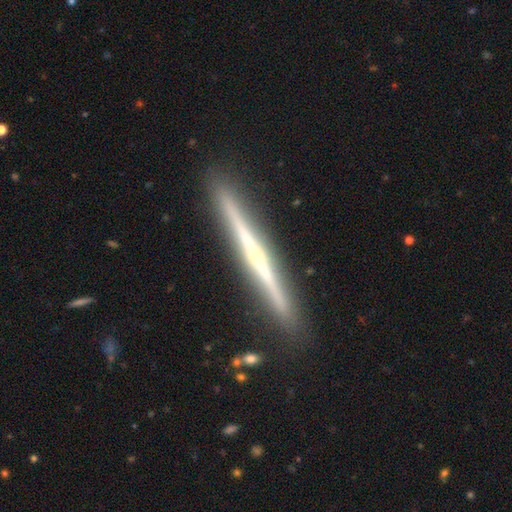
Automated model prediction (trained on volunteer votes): Smooth or featured? featured or disk (78%)
Edge-on disk? yes (98%)
Edge-on bulge? none (48%)
Merging? none (91%)